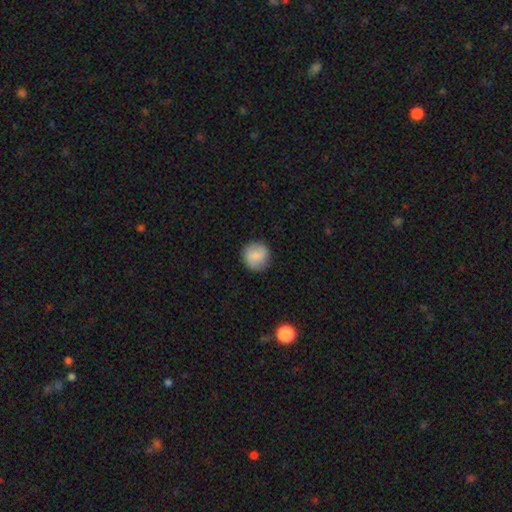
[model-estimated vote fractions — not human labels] A smooth galaxy with no disk features (82%) that is round (94%). Merging: none (88%).